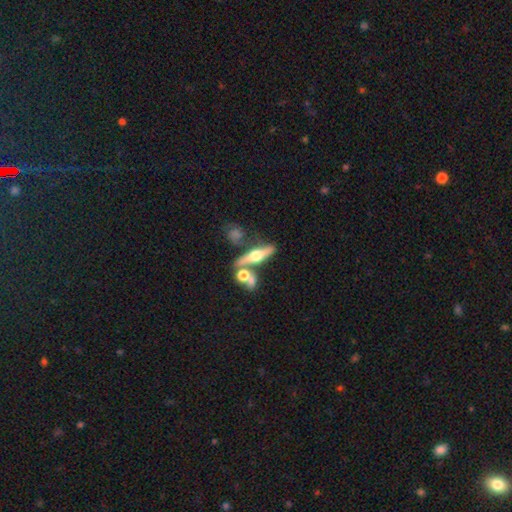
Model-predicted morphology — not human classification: Smooth or featured?
  - featured or disk: 59% *
  - smooth: 31%
  - star or artifact: 9%
Edge-on disk?
  - yes: 84% *
  - no: 16%
Edge-on bulge?
  - rounded: 94% *
  - boxy: 3%
  - none: 2%
Merging?
  - none: 57% *
  - merger: 25%
  - minor disturbance: 12%
  - major disturbance: 6%